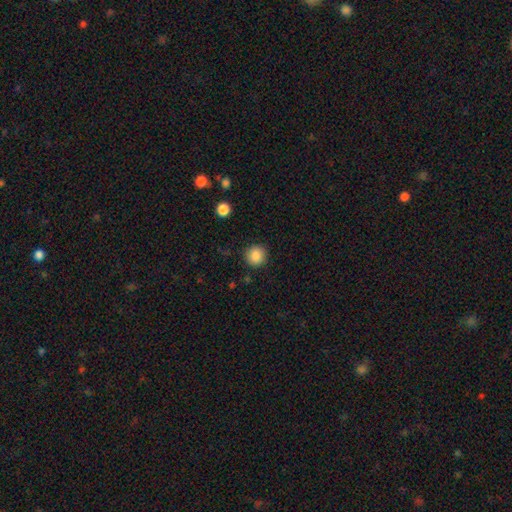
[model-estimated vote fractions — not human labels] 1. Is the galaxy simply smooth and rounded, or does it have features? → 87% smooth, 9% star or artifact, 3% featured or disk.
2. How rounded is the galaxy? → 92% round, 7% in between, 1% cigar-shaped.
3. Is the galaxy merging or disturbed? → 90% none, 7% minor disturbance, 2% major disturbance, 1% merger.